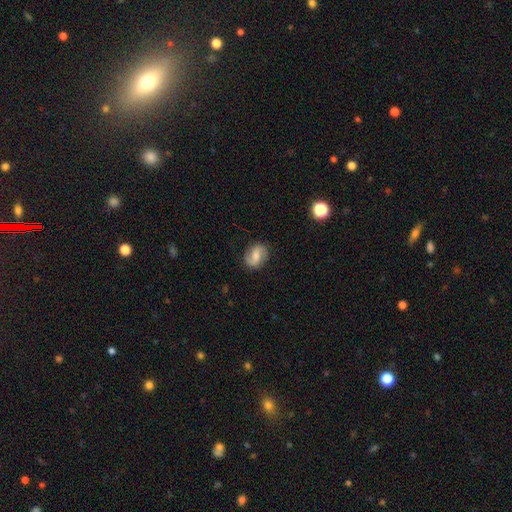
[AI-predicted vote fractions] Smooth or featured: featured or disk — 59% (smooth — 33%)
Edge-on disk: no — 97% (yes — 3%)
Bar: weak — 48% (no — 34%)
Spiral arms: yes — 91% (no — 9%)
Spiral winding: loose — 41% (tied with medium — 41%)
Spiral arm count: 2 — 89% (can't tell — 5%)
Bulge size: moderate — 52% (small — 30%)
Merging: none — 83% (minor disturbance — 12%)